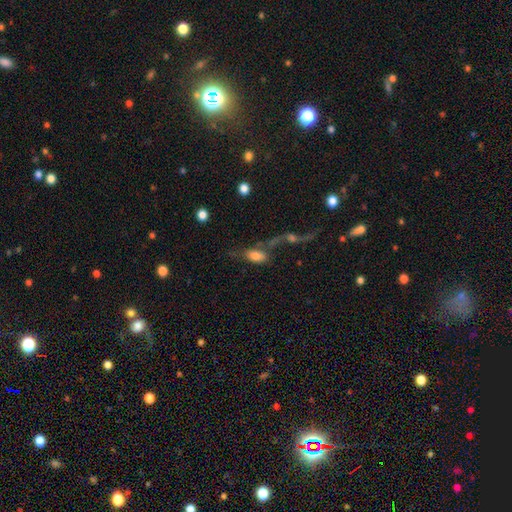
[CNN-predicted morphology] type=smooth (65%); roundness=in between (87%); merging=merger (40%).